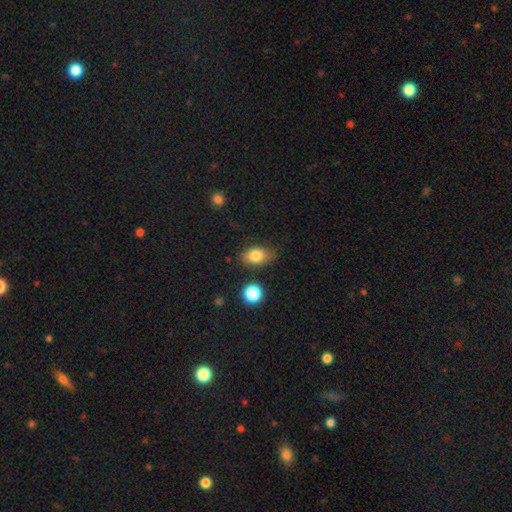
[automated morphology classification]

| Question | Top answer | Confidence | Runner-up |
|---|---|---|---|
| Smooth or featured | smooth | 82% | featured or disk (9%) |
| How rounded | in between | 83% | round (15%) |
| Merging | none | 76% | minor disturbance (17%) |